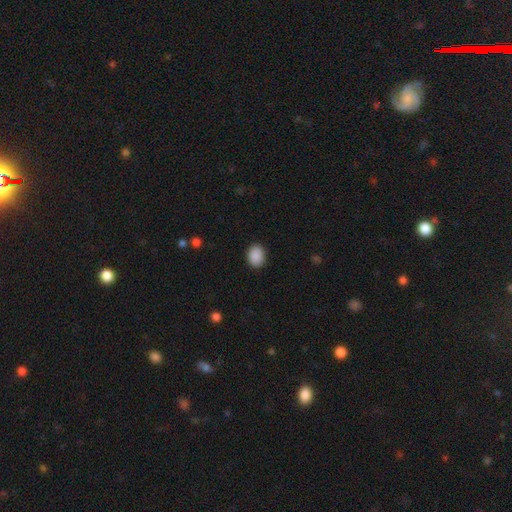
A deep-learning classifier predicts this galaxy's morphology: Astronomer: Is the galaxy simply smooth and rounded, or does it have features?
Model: smooth — 90%.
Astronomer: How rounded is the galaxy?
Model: in between — 65%.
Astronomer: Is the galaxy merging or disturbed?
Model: none — 89%.